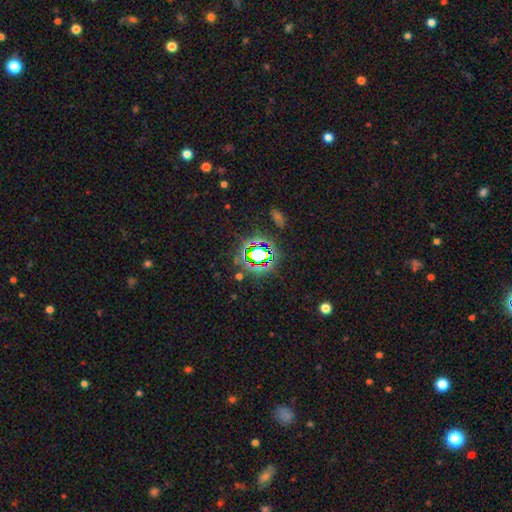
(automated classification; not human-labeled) Smooth or featured? Predicted: star or artifact (p=0.70).